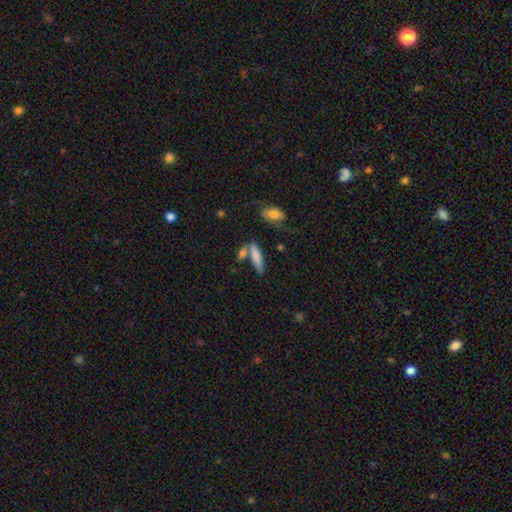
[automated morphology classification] Smooth or featured? Predicted: smooth (p=0.77). How rounded? Predicted: cigar-shaped (p=0.70). Merging? Predicted: none (p=0.56).